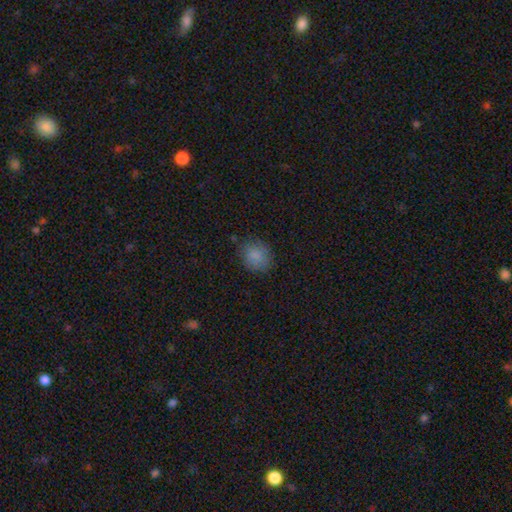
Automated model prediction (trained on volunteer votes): Smooth or featured: smooth — 86% (star or artifact — 9%)
How rounded: round — 73% (in between — 26%)
Merging: none — 81% (minor disturbance — 14%)